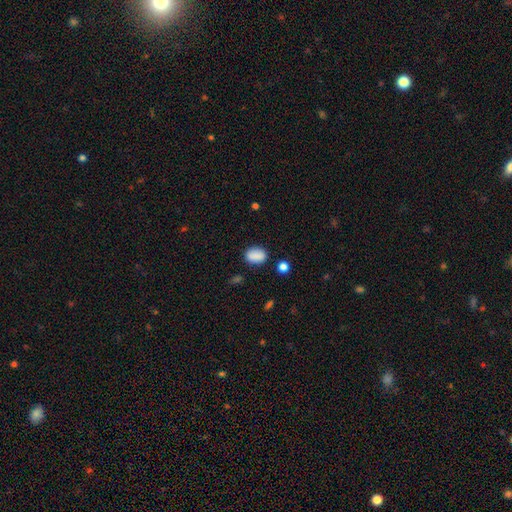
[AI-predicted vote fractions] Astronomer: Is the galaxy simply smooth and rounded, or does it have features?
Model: smooth — 87%.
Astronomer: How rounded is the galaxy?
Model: in between — 76%.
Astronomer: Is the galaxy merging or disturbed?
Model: none — 77%.